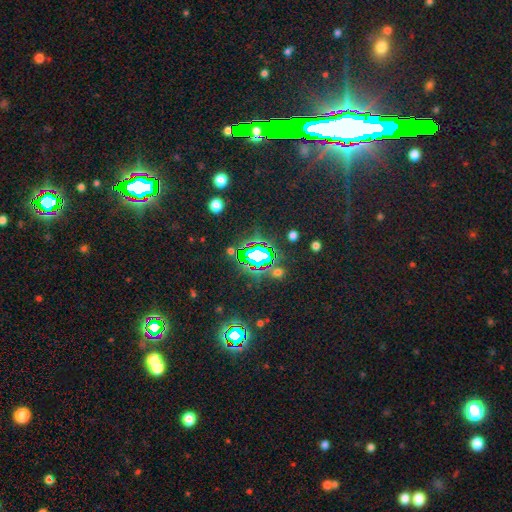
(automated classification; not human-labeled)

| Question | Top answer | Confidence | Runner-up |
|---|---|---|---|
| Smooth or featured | star or artifact | 72% | smooth (17%) |